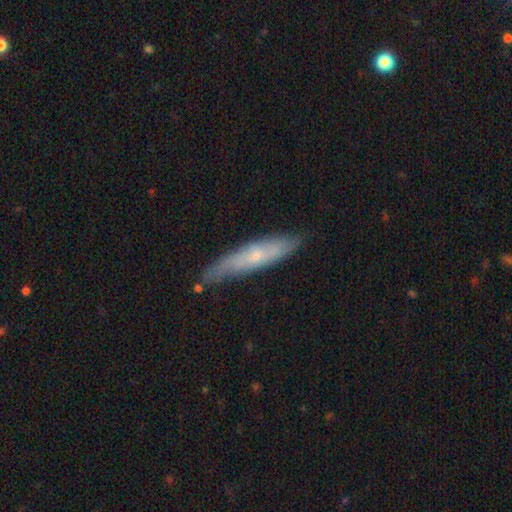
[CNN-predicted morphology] featured or disk 50%, smooth 44%, star or artifact 6%. Down the decision tree: merging — none (73%).